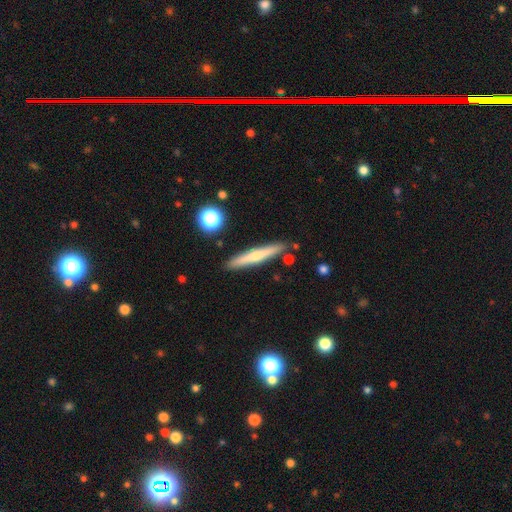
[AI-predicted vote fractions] Smooth or featured? Predicted: smooth (p=0.48). Merging? Predicted: none (p=0.88).